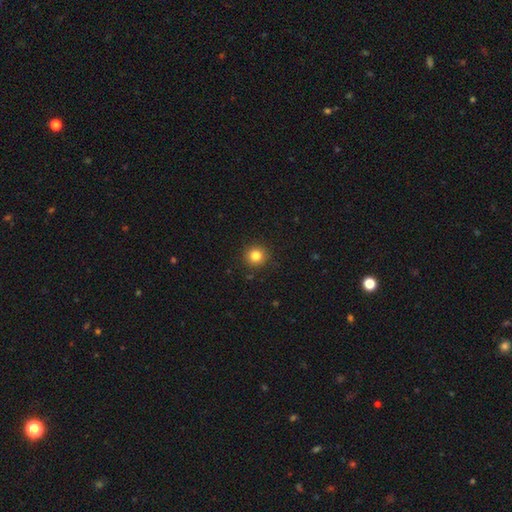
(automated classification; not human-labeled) Overall: smooth (83%). How rounded: round (93%). Merging: none (91%).